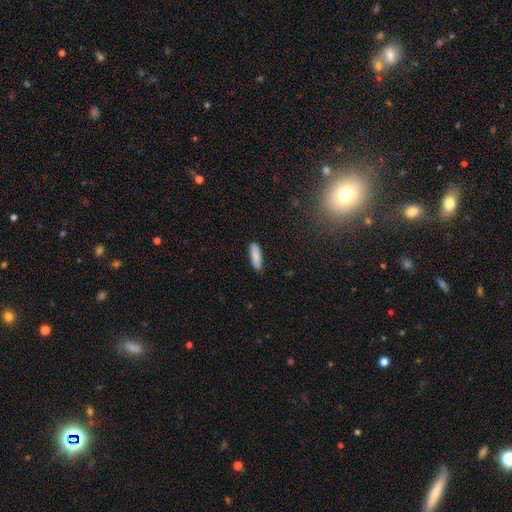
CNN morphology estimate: The model was most divided on "how rounded": cigar-shaped: 51%, in between: 48%, round: 2%. More confident: smooth or featured — smooth (87%); merging — none (86%).